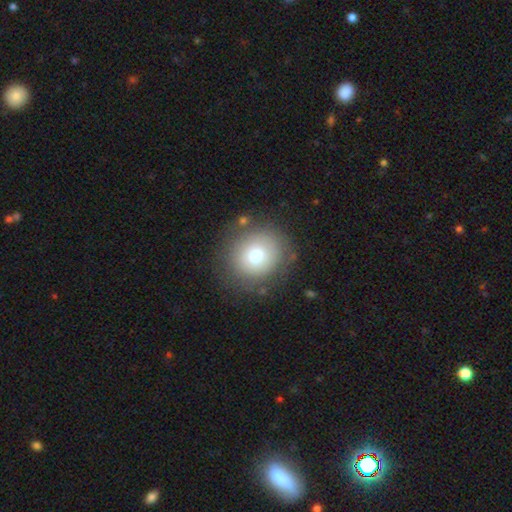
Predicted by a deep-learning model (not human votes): Smooth or featured?
  - smooth: 72% *
  - featured or disk: 16%
  - star or artifact: 12%
How rounded?
  - round: 87% *
  - in between: 12%
  - cigar-shaped: 1%
Merging?
  - none: 82% *
  - minor disturbance: 11%
  - major disturbance: 5%
  - merger: 2%